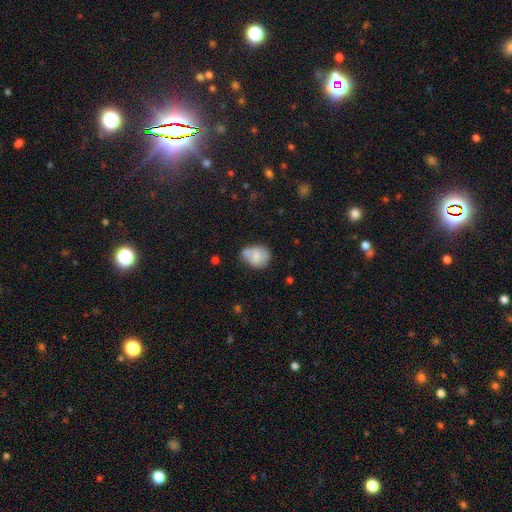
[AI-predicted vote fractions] Morphology: type=smooth (69%); roundness=in between (58%); merging=none (42%).